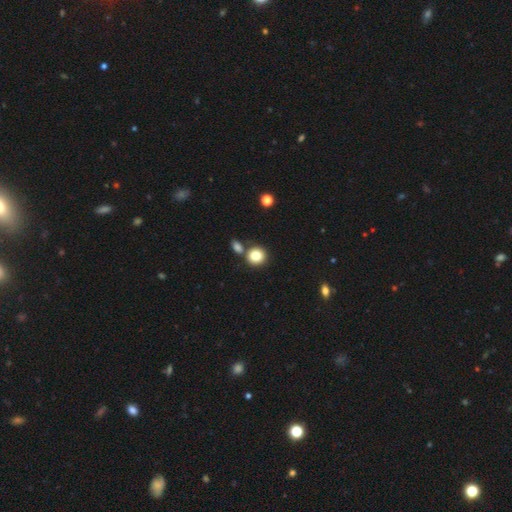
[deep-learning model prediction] This is clearly a smooth galaxy (83%). How rounded: clearly round (85%). Merging: likely none (66%).